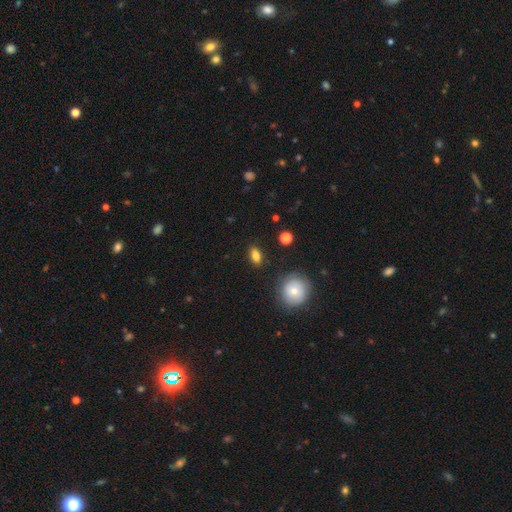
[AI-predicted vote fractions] Smooth or featured: smooth — 82% (star or artifact — 9%)
How rounded: in between — 82% (round — 11%)
Merging: none — 87% (minor disturbance — 9%)